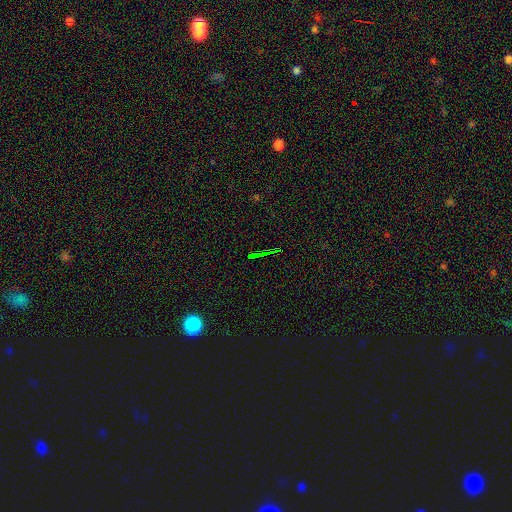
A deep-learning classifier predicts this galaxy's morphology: The model was most divided on "smooth or featured": star or artifact: 70%, smooth: 15%, featured or disk: 15%.